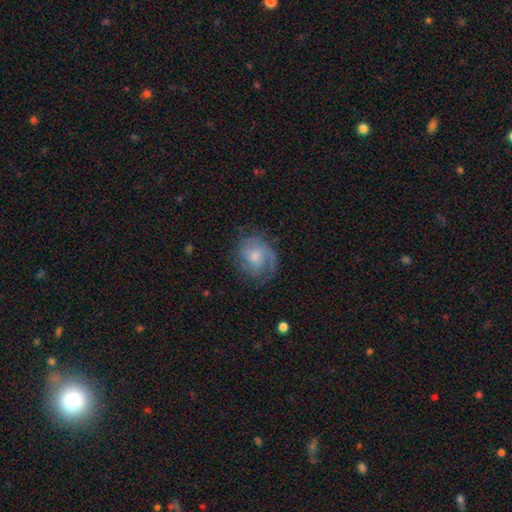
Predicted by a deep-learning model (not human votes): Overall: featured or disk (62%; smooth 30%). Edge-on disk: no (97%). Bar: no (59%; weak 37%). Spiral arms: yes (87%). Spiral arm count: 1 (32%; 2 31%). Spiral winding: medium (42%; tight 36%). Bulge size: moderate (45%; small 37%). Merging: none (63%).